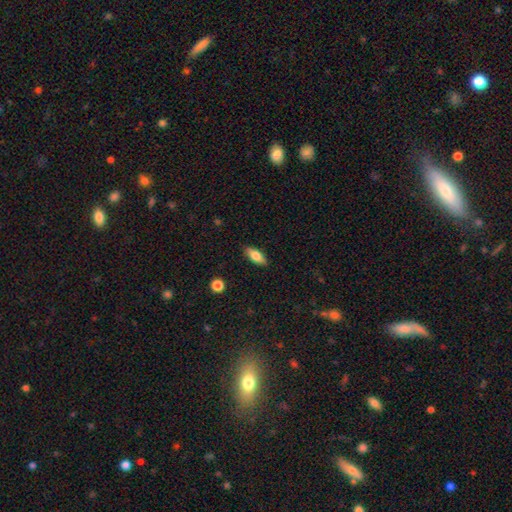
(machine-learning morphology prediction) smooth-or-featured: smooth: 77% | featured or disk: 16% | star or artifact: 7%
  how-rounded: in between: 78% | cigar-shaped: 20% | round: 3%
  merging: none: 88% | minor disturbance: 9% | major disturbance: 2% | merger: 1%